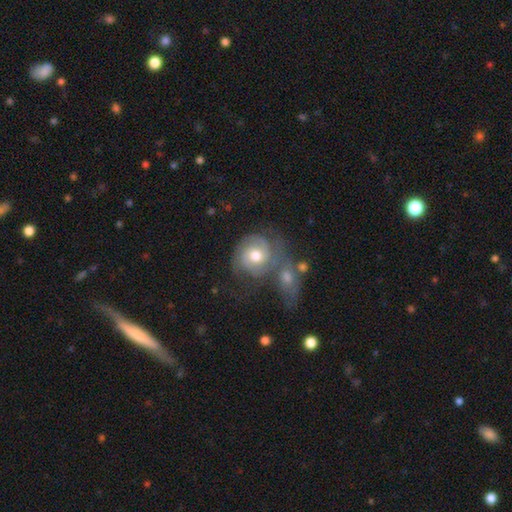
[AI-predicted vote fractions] A featured or disk galaxy (68%) with no bar (71%), 2 (60%) tight (58%) spiral arms (89%) and a moderate central bulge (75%).

Vote fractions:
- Smooth or featured? featured or disk: 68% / smooth: 25% / star or artifact: 7%
- Edge-on disk? no: 97% / yes: 3%
- Bar? no: 71% / weak: 24% / strong: 4%
- Spiral arms? yes: 89% / no: 11%
- Spiral winding? tight: 58% / medium: 32% / loose: 10%
- Spiral arm count? 2: 60% / can't tell: 22% / 3: 8% / 1: 6% / 4: 3% / more than 4: 2%
- Bulge size? moderate: 75% / large: 11% / small: 11% / none: 1% / dominant: 1%
- Merging? none: 40% / merger: 34% / minor disturbance: 15% / major disturbance: 12%